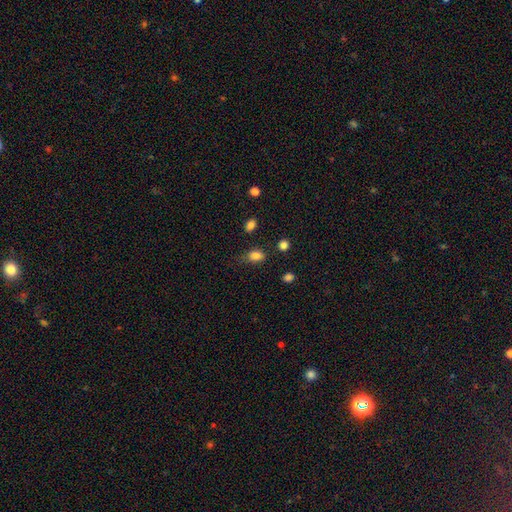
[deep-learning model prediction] Smooth or featured: smooth — 84% (star or artifact — 11%)
How rounded: in between — 81% (round — 17%)
Merging: none — 64% (minor disturbance — 26%)